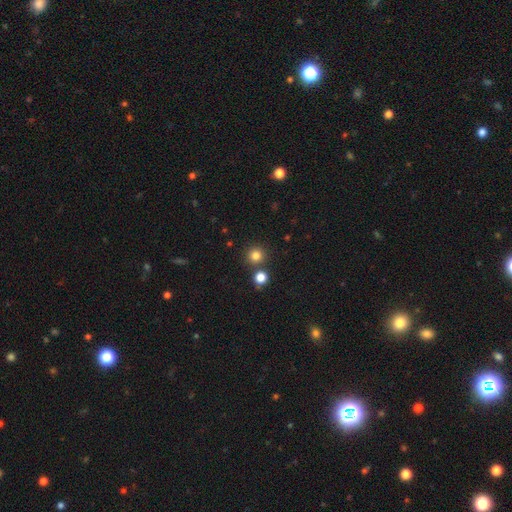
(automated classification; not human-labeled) smooth-or-featured: smooth: 81% | star or artifact: 14% | featured or disk: 5%
  how-rounded: round: 93% | in between: 6% | cigar-shaped: 1%
  merging: none: 80% | merger: 11% | minor disturbance: 6% | major disturbance: 2%